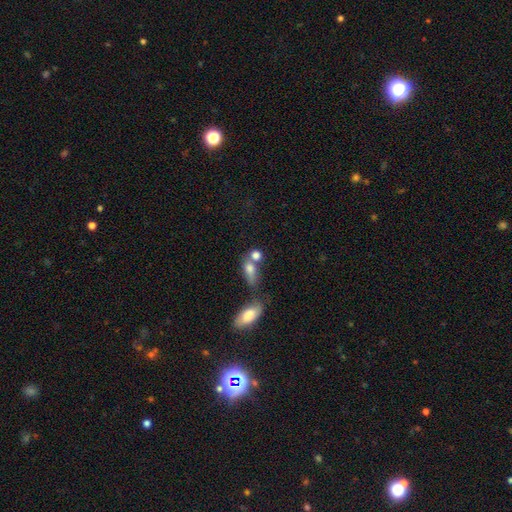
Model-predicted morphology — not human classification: smooth-or-featured: smooth: 77% | featured or disk: 13% | star or artifact: 10%
  how-rounded: in between: 54% | round: 38% | cigar-shaped: 8%
  merging: merger: 45% | none: 37% | minor disturbance: 11% | major disturbance: 7%